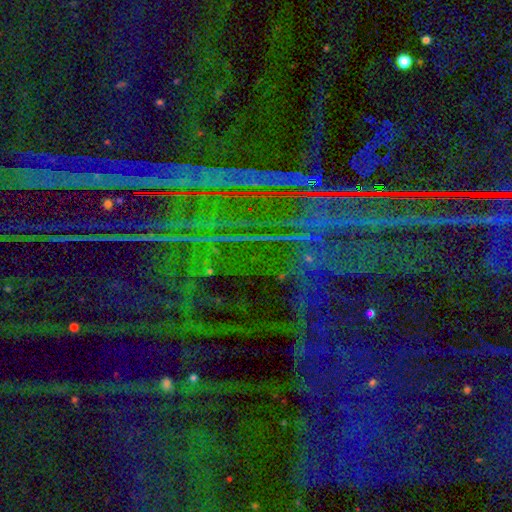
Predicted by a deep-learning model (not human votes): A star or artifact, not a galaxy (87%).

Vote fractions:
- Smooth or featured? star or artifact: 87% / featured or disk: 7% / smooth: 6%